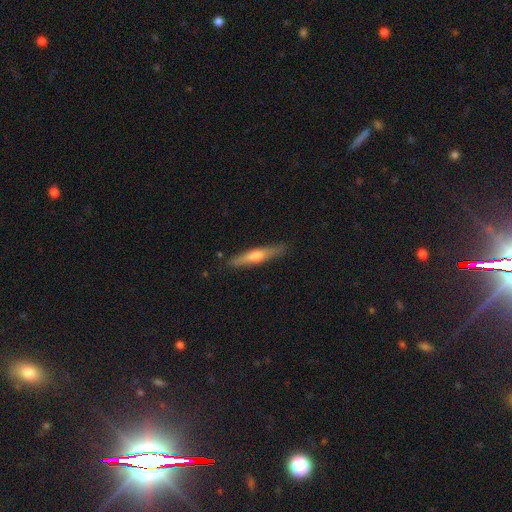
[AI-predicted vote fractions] Smooth or featured?
  - featured or disk: 52% *
  - smooth: 43%
  - star or artifact: 6%
Edge-on disk?
  - yes: 93% *
  - no: 7%
Merging?
  - none: 86% *
  - minor disturbance: 10%
  - major disturbance: 2%
  - merger: 2%